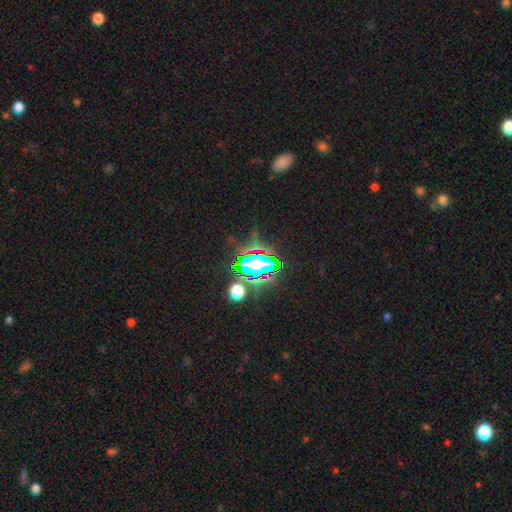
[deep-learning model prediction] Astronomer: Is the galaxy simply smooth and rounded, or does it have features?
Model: star or artifact — 80%.